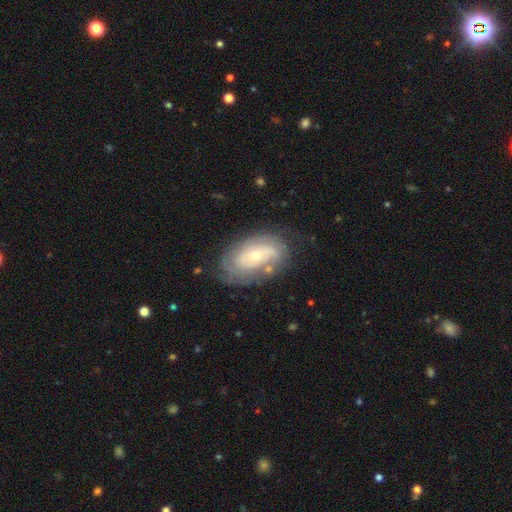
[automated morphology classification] A featured or disk galaxy (74%) with no bar (76%), tight (67%) spiral arms (82%) and a small central bulge (53%). Merging: none (70%).